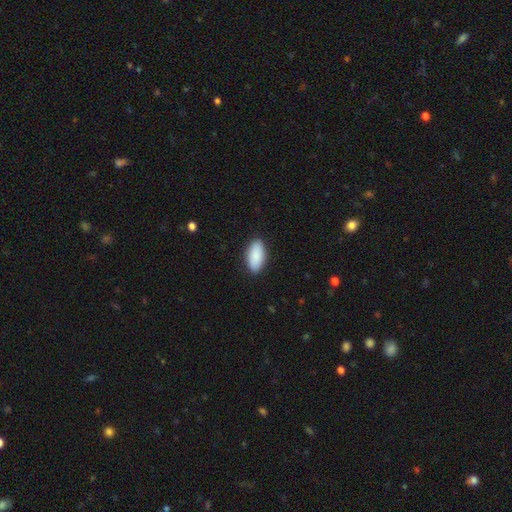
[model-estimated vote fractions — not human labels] This is clearly a smooth galaxy (90%). How rounded: clearly in between (92%). Merging: clearly none (89%).